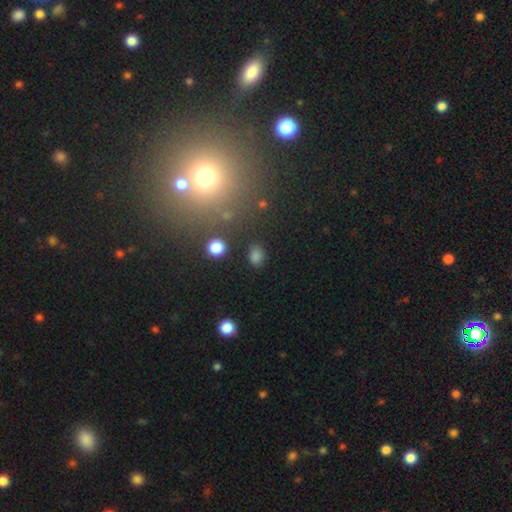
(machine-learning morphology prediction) smooth-or-featured: smooth: 78% | star or artifact: 17% | featured or disk: 5%
  how-rounded: in between: 66% | round: 32% | cigar-shaped: 2%
  merging: none: 79% | minor disturbance: 13% | major disturbance: 5% | merger: 4%